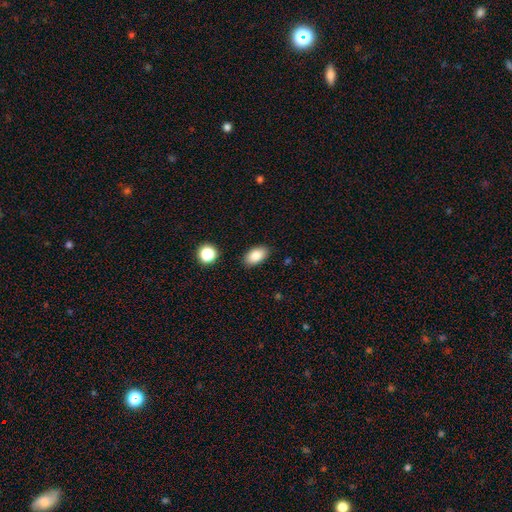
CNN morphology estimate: Q: Smooth or featured?
A: smooth (86%); runner-up: star or artifact (8%)
Q: How rounded?
A: in between (92%); runner-up: round (6%)
Q: Merging?
A: none (87%); runner-up: minor disturbance (9%)